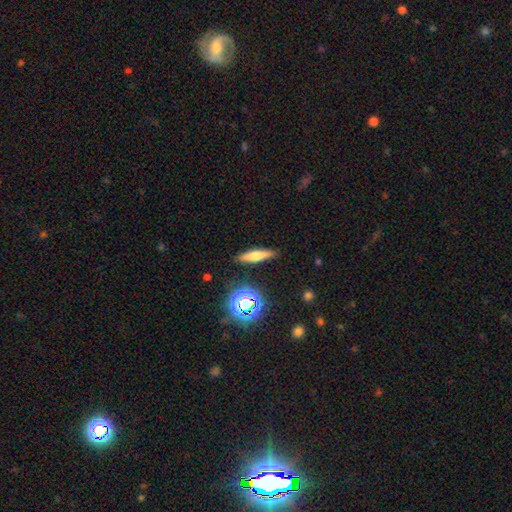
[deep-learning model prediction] This is likely a smooth galaxy (61%). How rounded: likely cigar-shaped (75%). Merging: clearly none (87%).